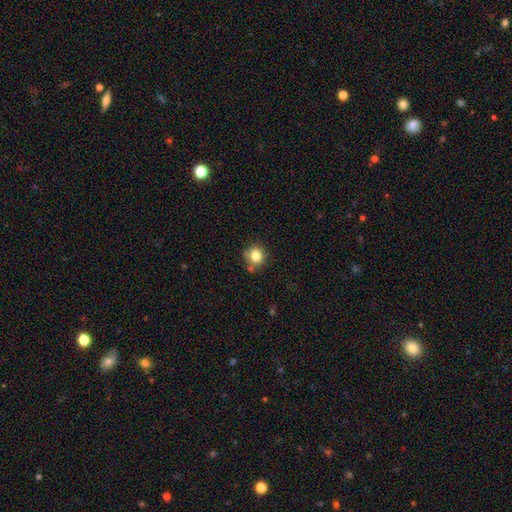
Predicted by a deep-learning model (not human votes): This is clearly a smooth galaxy (80%). How rounded: clearly round (85%). Merging: likely none (73%).